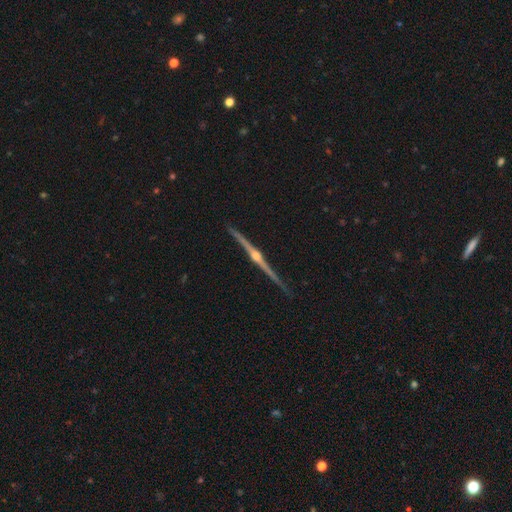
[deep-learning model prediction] Q: Smooth or featured?
A: featured or disk (91%); runner-up: star or artifact (5%)
Q: Edge-on disk?
A: yes (99%); runner-up: no (1%)
Q: Edge-on bulge?
A: rounded (93%); runner-up: none (3%)
Q: Merging?
A: none (91%); runner-up: minor disturbance (7%)